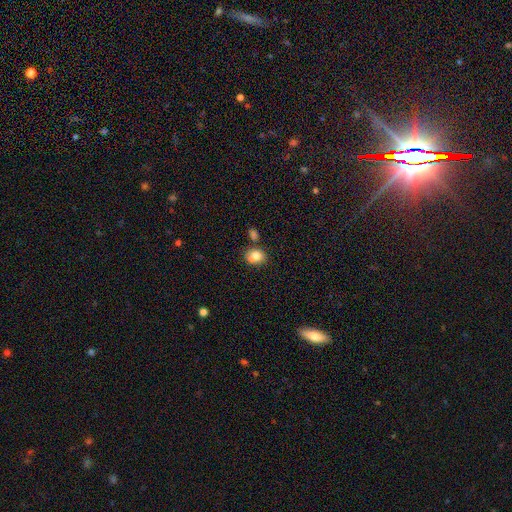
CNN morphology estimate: Smooth or featured: smooth — 75% (featured or disk — 14%)
How rounded: round — 59% (in between — 41%)
Merging: none — 51% (merger — 30%)